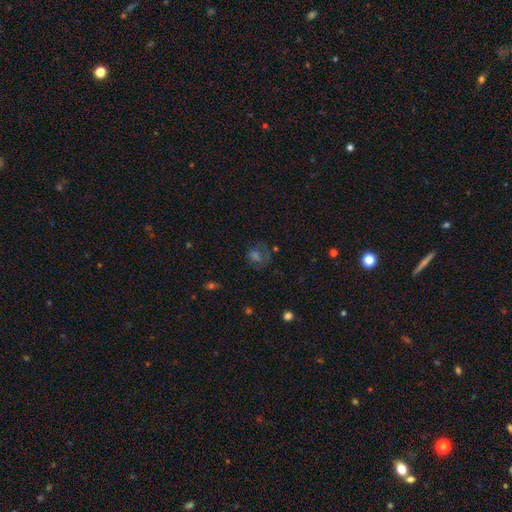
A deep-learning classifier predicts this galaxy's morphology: A smooth galaxy with no disk features (44%). Merging: none (59%).